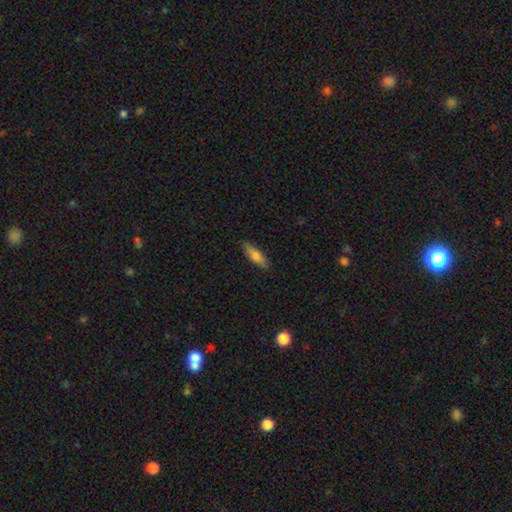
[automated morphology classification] smooth_or_featured: smooth (p=0.72) [alt: featured or disk p=0.21]
how_rounded: cigar-shaped (p=0.49) [tied with: in between p=0.49]
merging: none (p=0.85) [alt: minor disturbance p=0.12]